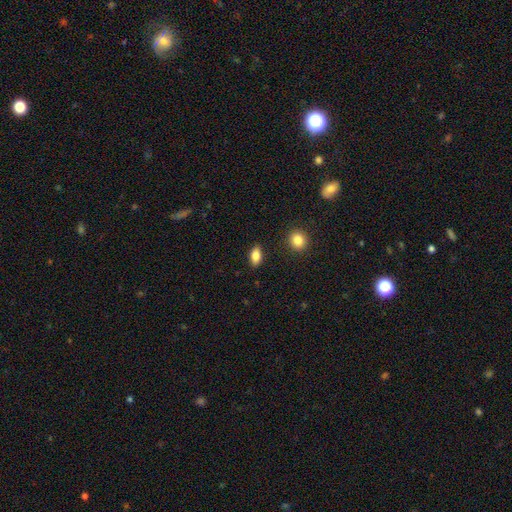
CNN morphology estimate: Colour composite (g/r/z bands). It shows a smooth galaxy with no disk features (84%) that is in between round and cigar-shaped (88%). Merging: none (88%).